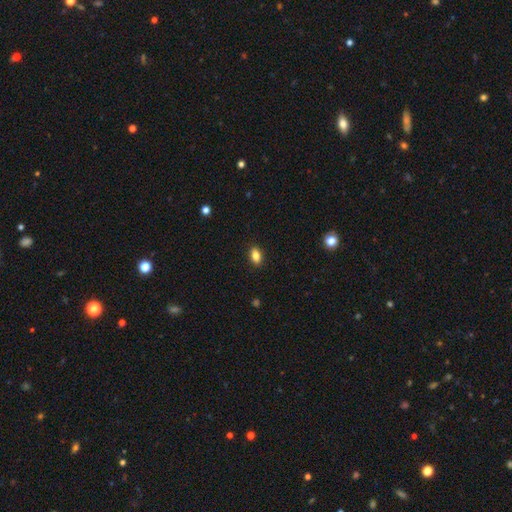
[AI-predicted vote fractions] Overall: smooth (83%). How rounded: in between (86%). Merging: none (89%).